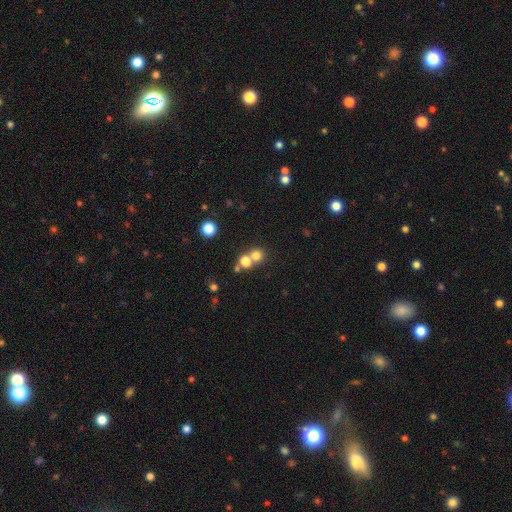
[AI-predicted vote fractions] Smooth or featured?
  - smooth: 74% *
  - star or artifact: 17%
  - featured or disk: 9%
How rounded?
  - round: 86% *
  - in between: 13%
  - cigar-shaped: 1%
Merging?
  - none: 53% *
  - merger: 37%
  - minor disturbance: 6%
  - major disturbance: 4%